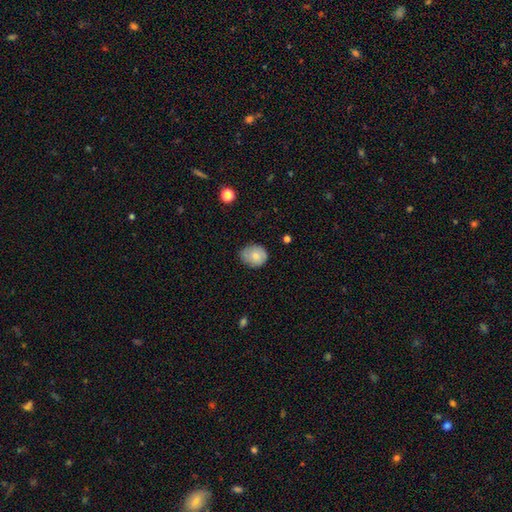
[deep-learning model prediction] Smooth or featured?
  - smooth: 75% *
  - featured or disk: 17%
  - star or artifact: 8%
How rounded?
  - round: 58% *
  - in between: 41%
  - cigar-shaped: 1%
Merging?
  - none: 70% *
  - minor disturbance: 24%
  - major disturbance: 4%
  - merger: 1%